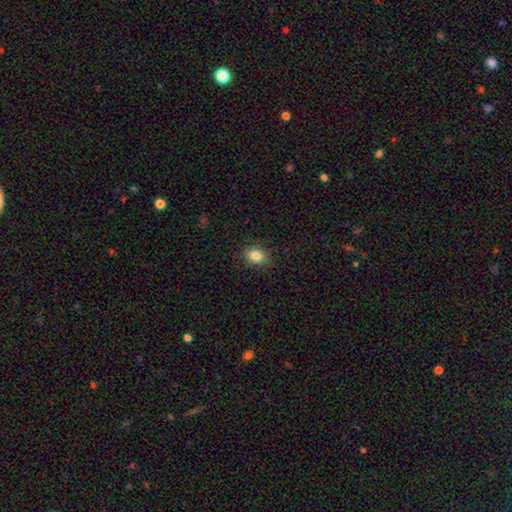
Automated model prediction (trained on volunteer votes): Smooth or featured? Predicted: smooth (p=0.84). How rounded? Predicted: in between (p=0.64). Merging? Predicted: none (p=0.87).